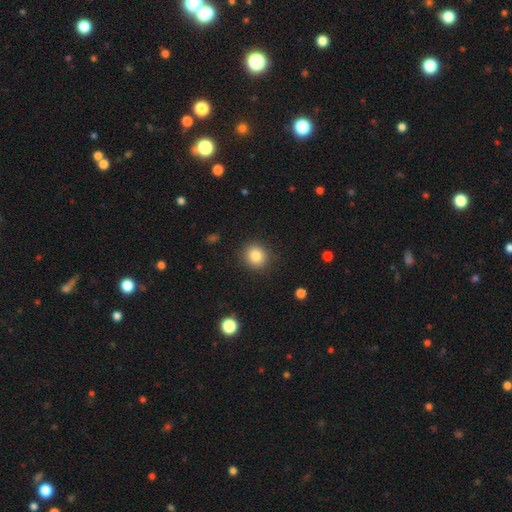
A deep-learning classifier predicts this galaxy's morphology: smooth_or_featured: smooth (p=0.85) [alt: star or artifact p=0.10]
how_rounded: round (p=0.84) [alt: in between p=0.15]
merging: none (p=0.89) [alt: minor disturbance p=0.07]